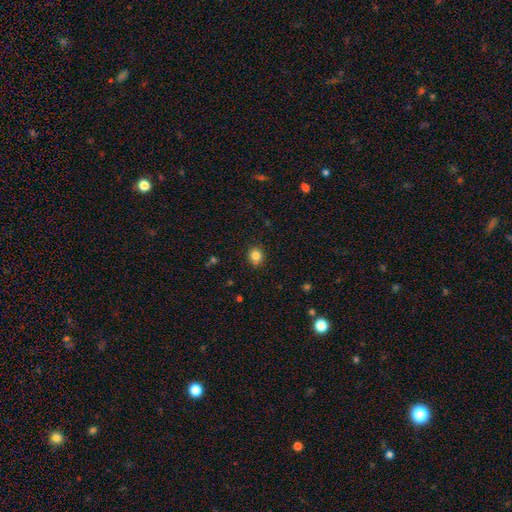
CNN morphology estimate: Overall: smooth (83%). How rounded: round (82%). Merging: none (89%).